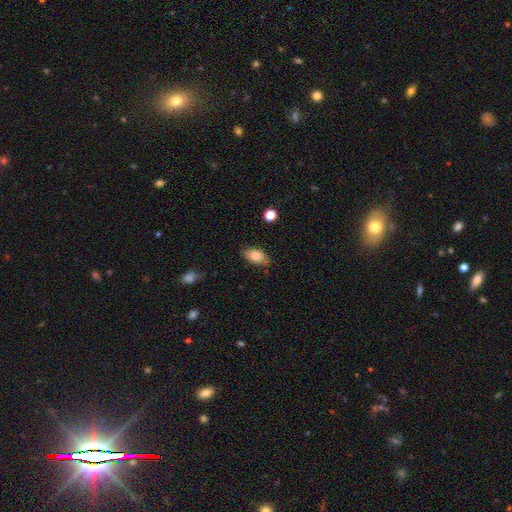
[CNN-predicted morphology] smooth_or_featured: smooth (p=0.82) [alt: featured or disk p=0.11]
how_rounded: in between (p=0.92) [alt: round p=0.04]
merging: none (p=0.80) [alt: minor disturbance p=0.15]